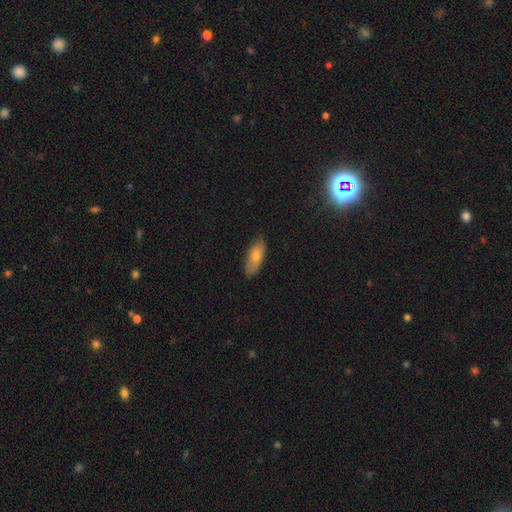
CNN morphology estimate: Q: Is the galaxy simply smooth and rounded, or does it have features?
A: smooth — 68%.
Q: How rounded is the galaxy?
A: in between — 69%.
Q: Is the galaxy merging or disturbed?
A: none — 82%.